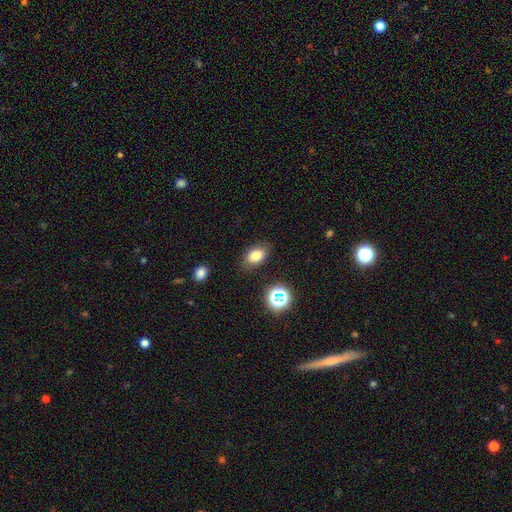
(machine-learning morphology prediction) A smooth galaxy with no disk features (78%) that is in between round and cigar-shaped (85%). Merging: none (81%).